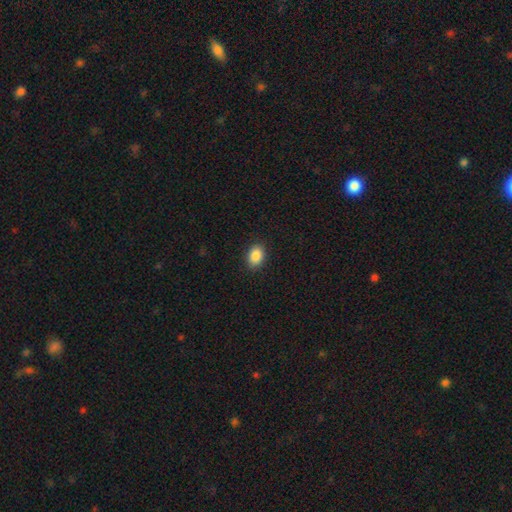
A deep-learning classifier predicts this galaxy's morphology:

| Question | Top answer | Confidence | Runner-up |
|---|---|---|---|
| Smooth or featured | smooth | 89% | star or artifact (8%) |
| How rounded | in between | 78% | round (21%) |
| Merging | none | 90% | minor disturbance (7%) |